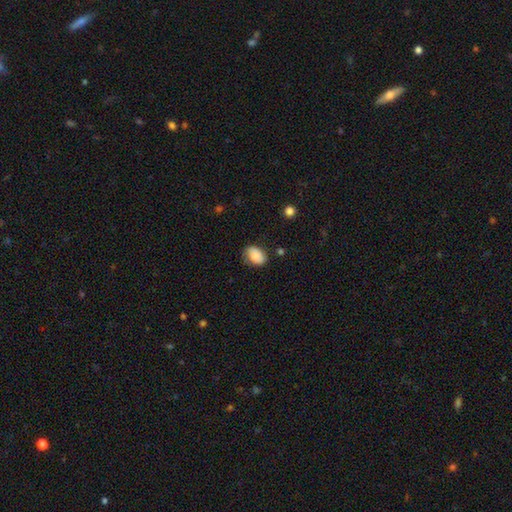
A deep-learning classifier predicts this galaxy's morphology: Smooth or featured? Predicted: smooth (p=0.77). How rounded? Predicted: in between (p=0.78). Merging? Predicted: none (p=0.67).